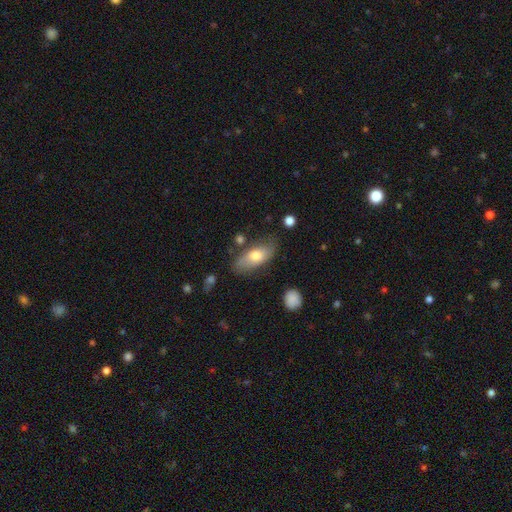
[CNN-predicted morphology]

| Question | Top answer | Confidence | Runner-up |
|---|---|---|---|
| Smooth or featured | smooth | 68% | featured or disk (26%) |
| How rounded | in between | 83% | cigar-shaped (13%) |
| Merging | none | 71% | minor disturbance (19%) |